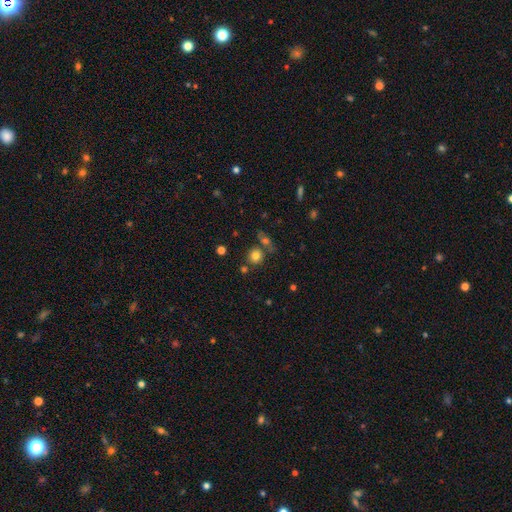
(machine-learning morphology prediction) Q: Smooth or featured?
A: smooth (78%); runner-up: star or artifact (14%)
Q: How rounded?
A: round (89%); runner-up: in between (10%)
Q: Merging?
A: none (70%); runner-up: merger (17%)